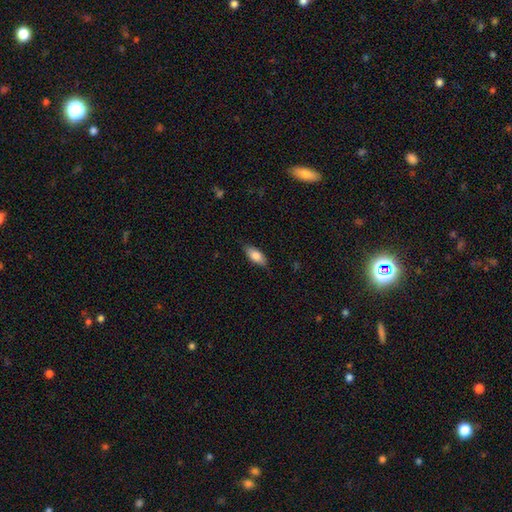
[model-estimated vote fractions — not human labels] smooth-or-featured: smooth: 79% | featured or disk: 15% | star or artifact: 6%
  how-rounded: in between: 85% | cigar-shaped: 13% | round: 3%
  merging: none: 80% | minor disturbance: 16% | major disturbance: 3% | merger: 1%